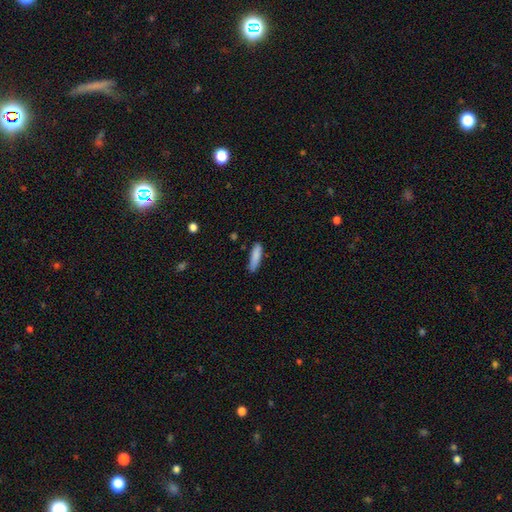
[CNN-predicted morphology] Smooth or featured? Predicted: smooth (p=0.86). How rounded? Predicted: cigar-shaped (p=0.71). Merging? Predicted: none (p=0.78).